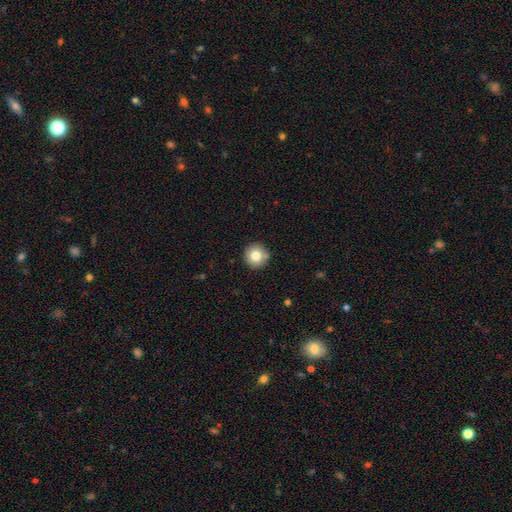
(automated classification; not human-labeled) The model was most divided on "smooth or featured": smooth: 81%, star or artifact: 10%, featured or disk: 9%. More confident: how rounded — round (95%); merging — none (89%).